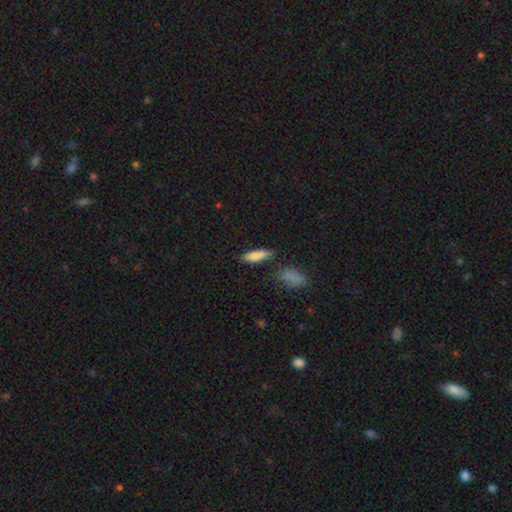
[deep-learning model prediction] Smooth or featured? Predicted: smooth (p=0.80). How rounded? Predicted: cigar-shaped (p=0.51). Merging? Predicted: none (p=0.75).